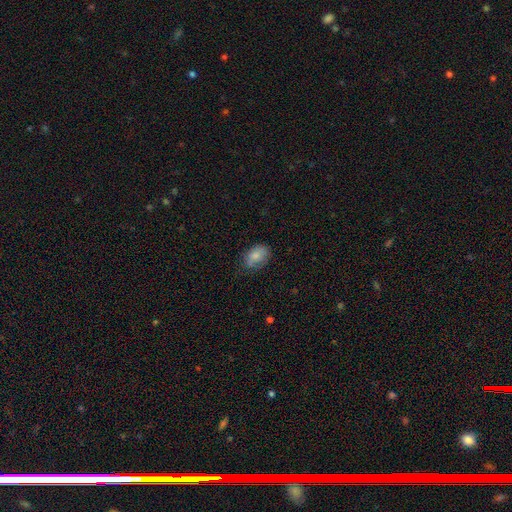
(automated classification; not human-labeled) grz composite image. It shows a smooth galaxy with no disk features (79%) that is in between round and cigar-shaped (84%). Merging: none (61%).